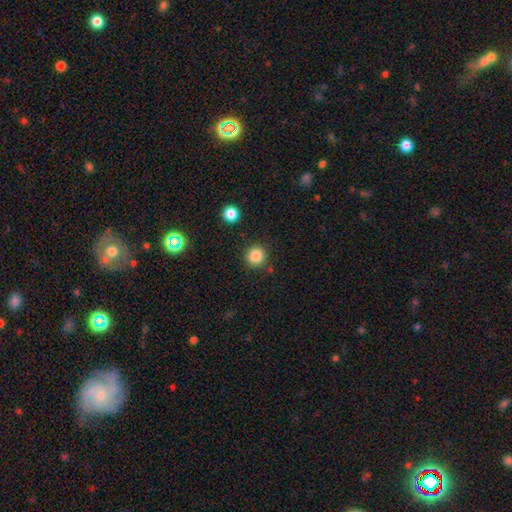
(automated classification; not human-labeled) Q: Smooth or featured?
A: smooth (85%); runner-up: star or artifact (11%)
Q: How rounded?
A: round (93%); runner-up: in between (6%)
Q: Merging?
A: none (86%); runner-up: minor disturbance (8%)